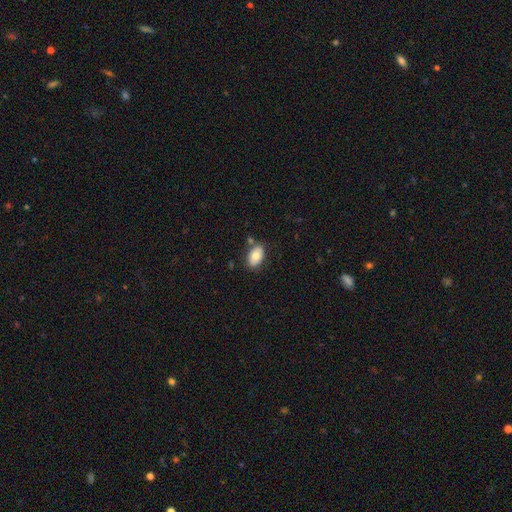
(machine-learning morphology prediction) This appears to be a smooth galaxy with no disk features (76%) that is in between round and cigar-shaped (91%). Merging: none (74%).